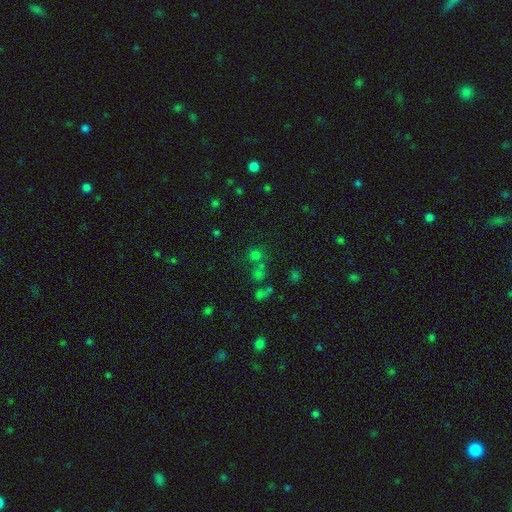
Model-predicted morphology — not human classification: A smooth galaxy with no disk features (52%) that is round (85%).

Vote fractions:
- Smooth or featured? smooth: 52% / star or artifact: 37% / featured or disk: 11%
- How rounded? round: 85% / in between: 13% / cigar-shaped: 1%
- Merging? none: 55% / merger: 31% / minor disturbance: 8% / major disturbance: 6%